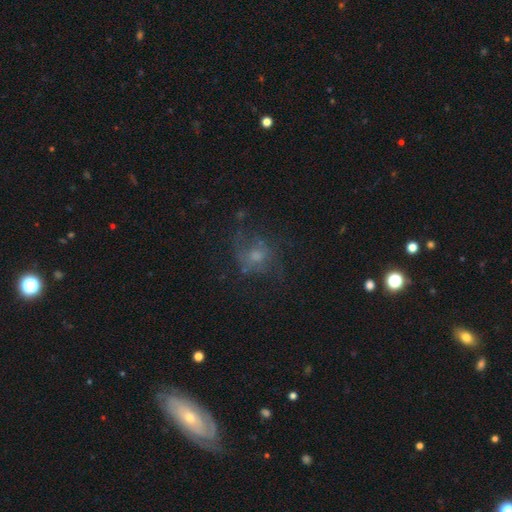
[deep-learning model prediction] Q: Smooth or featured?
A: featured or disk (41%); runner-up: smooth (40%)
Q: Merging?
A: none (52%); runner-up: major disturbance (25%)